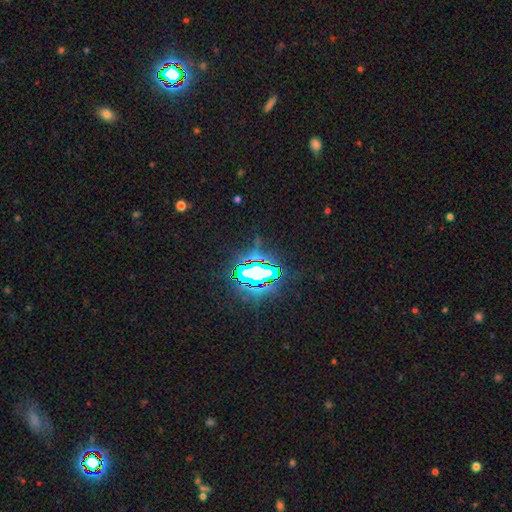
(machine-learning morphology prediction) Smooth or featured?
  - star or artifact: 84% *
  - smooth: 9%
  - featured or disk: 7%